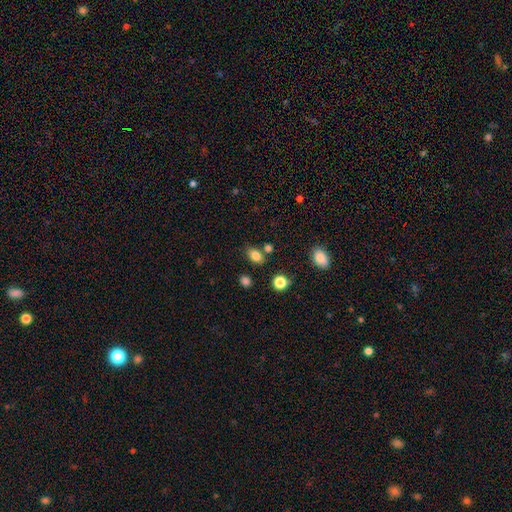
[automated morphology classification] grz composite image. It shows a smooth galaxy with no disk features (82%) that is in between round and cigar-shaped (75%). Merging: none (74%).